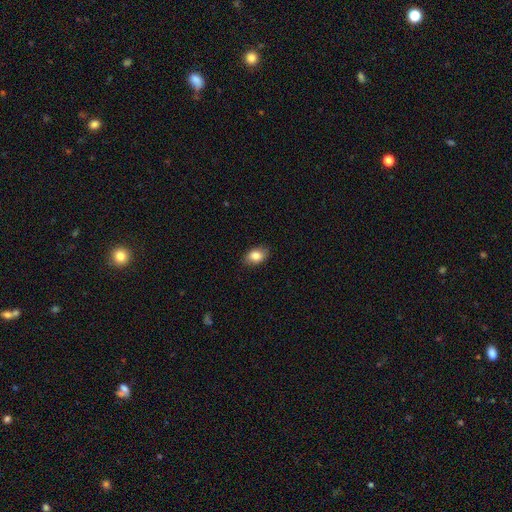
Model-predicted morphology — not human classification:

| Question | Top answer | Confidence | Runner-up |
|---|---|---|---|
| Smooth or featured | smooth | 84% | featured or disk (8%) |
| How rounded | in between | 81% | round (17%) |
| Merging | none | 85% | minor disturbance (11%) |